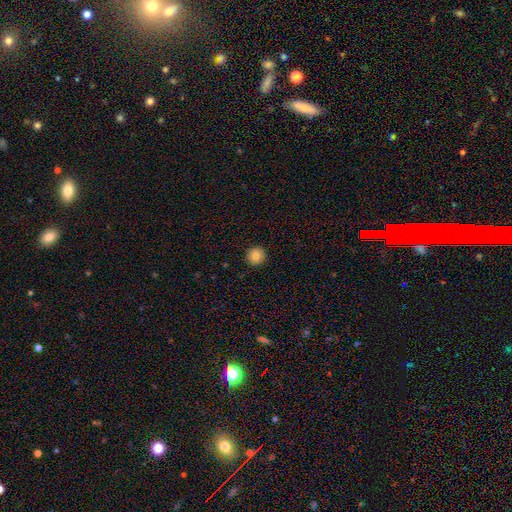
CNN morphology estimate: A smooth galaxy with no disk features (83%) that is round (94%).

Vote fractions:
- Smooth or featured? smooth: 83% / star or artifact: 10% / featured or disk: 7%
- How rounded? round: 94% / in between: 5% / cigar-shaped: 1%
- Merging? none: 93% / minor disturbance: 5% / major disturbance: 1% / merger: 1%